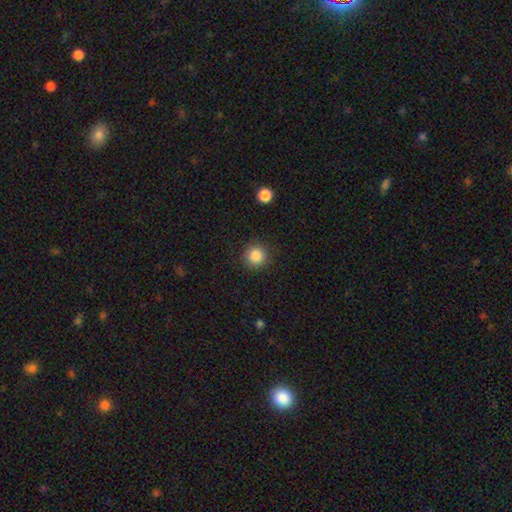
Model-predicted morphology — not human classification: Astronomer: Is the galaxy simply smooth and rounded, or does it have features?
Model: smooth — 86%.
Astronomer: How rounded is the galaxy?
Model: round — 95%.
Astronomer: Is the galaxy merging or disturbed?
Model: none — 90%.